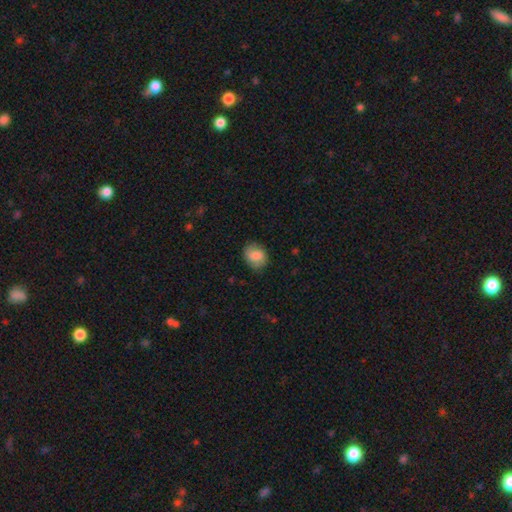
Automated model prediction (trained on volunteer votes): Smooth or featured: smooth — 79% (featured or disk — 13%)
How rounded: round — 59% (in between — 40%)
Merging: none — 79% (minor disturbance — 15%)